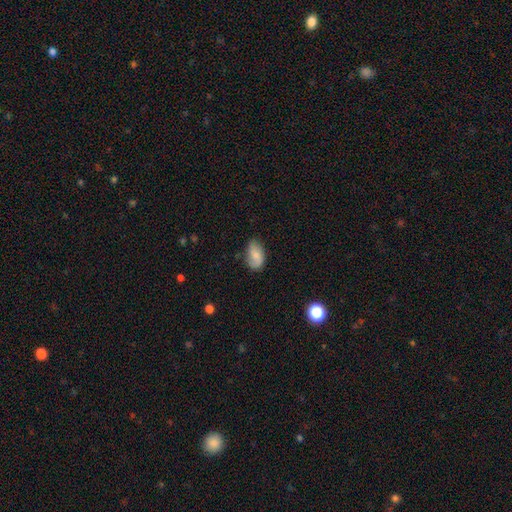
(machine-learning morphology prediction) This is likely a smooth galaxy (72%). How rounded: clearly in between (92%). Merging: likely none (65%).